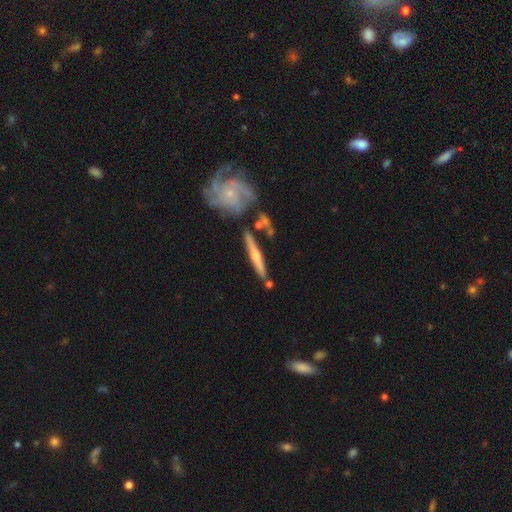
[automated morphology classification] smooth_or_featured: featured or disk (p=0.77) [alt: smooth p=0.16]
disk_edge_on: yes (p=0.78) [alt: no p=0.22]
edge_on_bulge: rounded (p=0.82) [alt: none p=0.13]
merging: none (p=0.73) [alt: minor disturbance p=0.13]